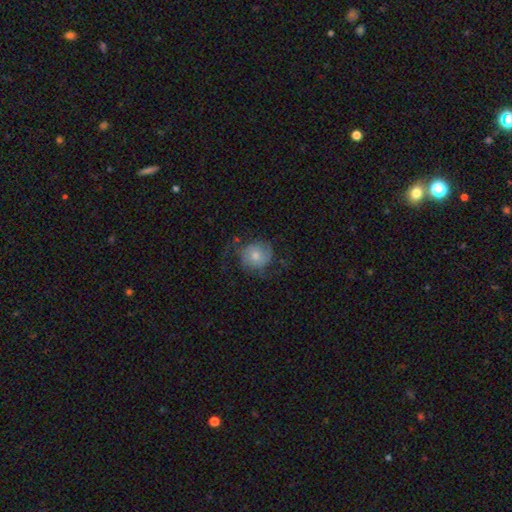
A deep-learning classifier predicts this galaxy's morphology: The model was most divided on "smooth or featured": smooth: 56%, featured or disk: 36%, star or artifact: 8%. Remaining: how rounded — round (82%); merging — none (49%).